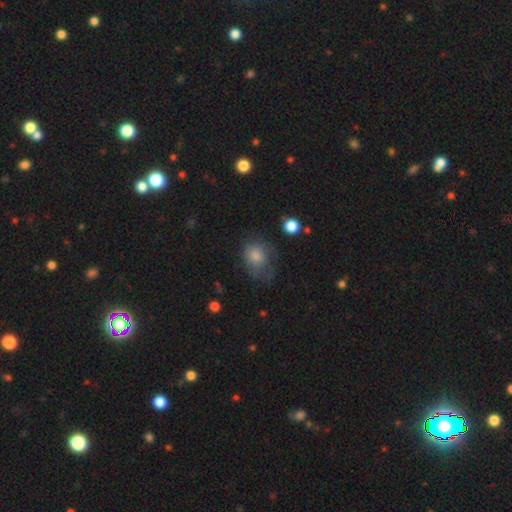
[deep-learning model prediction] smooth-or-featured: smooth: 72% | featured or disk: 16% | star or artifact: 12%
  how-rounded: round: 51% | in between: 48% | cigar-shaped: 1%
  merging: none: 49% | minor disturbance: 29% | major disturbance: 21% | merger: 2%